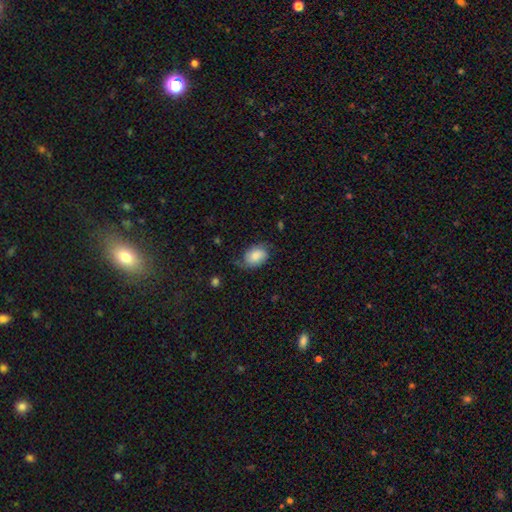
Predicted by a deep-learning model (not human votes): smooth-or-featured: smooth: 67% | featured or disk: 25% | star or artifact: 8%
  how-rounded: in between: 81% | round: 18% | cigar-shaped: 1%
  merging: none: 58% | minor disturbance: 29% | major disturbance: 11% | merger: 1%